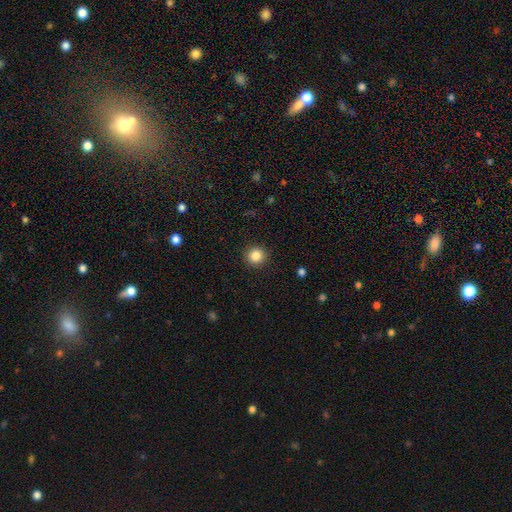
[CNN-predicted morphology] smooth-or-featured: smooth: 85% | star or artifact: 10% | featured or disk: 5%
  how-rounded: round: 93% | in between: 6% | cigar-shaped: 1%
  merging: none: 92% | minor disturbance: 5% | major disturbance: 2% | merger: 1%